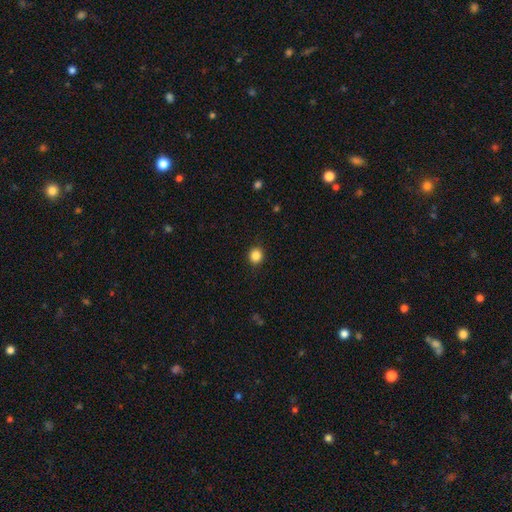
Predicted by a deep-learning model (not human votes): Smooth or featured? smooth (86%)
How rounded? round (84%)
Merging? none (90%)